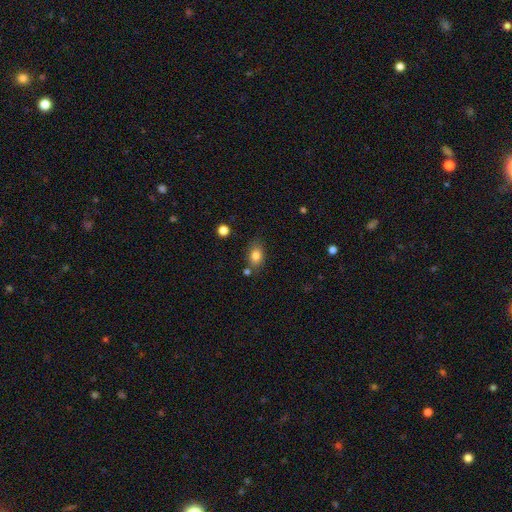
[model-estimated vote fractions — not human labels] A smooth galaxy with no disk features (82%) that is in between round and cigar-shaped (75%).

Vote fractions:
- Smooth or featured? smooth: 82% / star or artifact: 10% / featured or disk: 8%
- How rounded? in between: 75% / round: 23% / cigar-shaped: 2%
- Merging? none: 72% / minor disturbance: 16% / merger: 8% / major disturbance: 4%